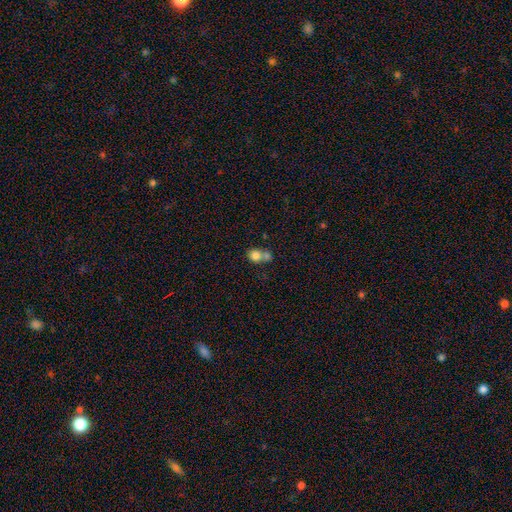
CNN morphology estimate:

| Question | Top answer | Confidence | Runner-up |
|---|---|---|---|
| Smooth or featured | smooth | 78% | featured or disk (12%) |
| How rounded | round | 71% | in between (28%) |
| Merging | merger | 59% | none (29%) |